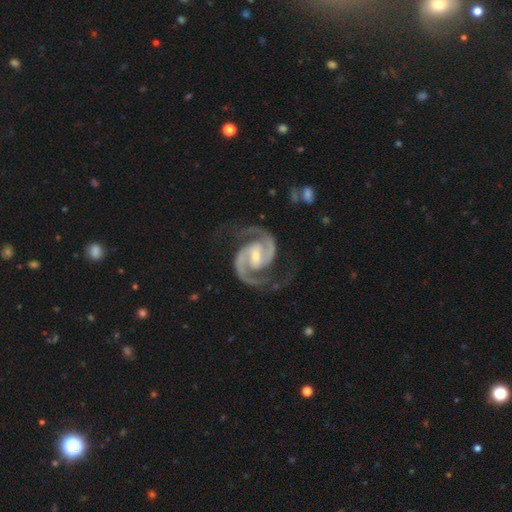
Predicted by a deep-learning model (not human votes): Morphology: type=featured or disk (95%); edge-on=no (98%); bar=weak (49%); spiral arms=yes (99%); winding=medium (65%); arm count=2 (95%); bulge=moderate (48%); merging=none (78%).